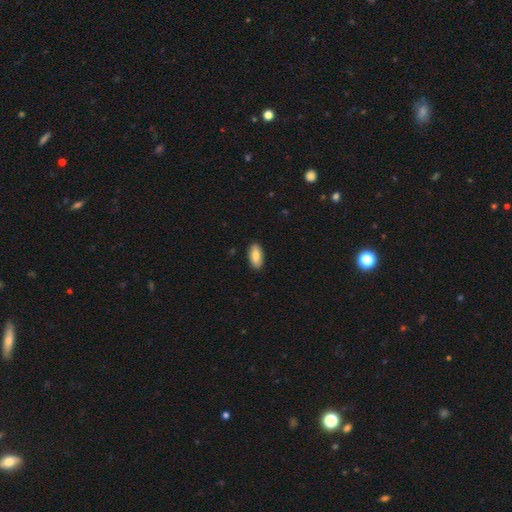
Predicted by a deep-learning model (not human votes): Smooth or featured? Predicted: smooth (p=0.84). How rounded? Predicted: in between (p=0.91). Merging? Predicted: none (p=0.89).